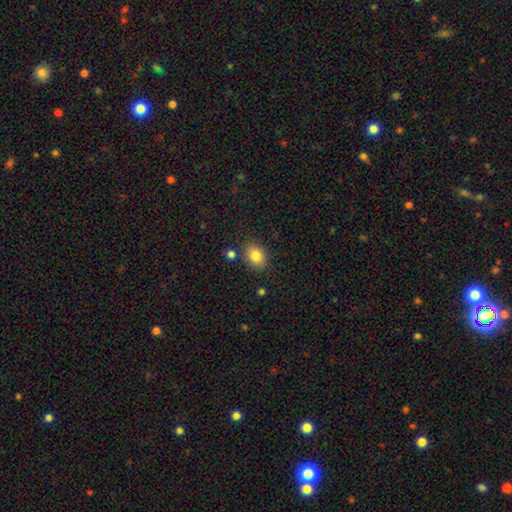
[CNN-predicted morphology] smooth-or-featured: smooth: 84% | star or artifact: 10% | featured or disk: 7%
  how-rounded: in between: 64% | round: 35% | cigar-shaped: 1%
  merging: none: 82% | minor disturbance: 10% | merger: 5% | major disturbance: 3%